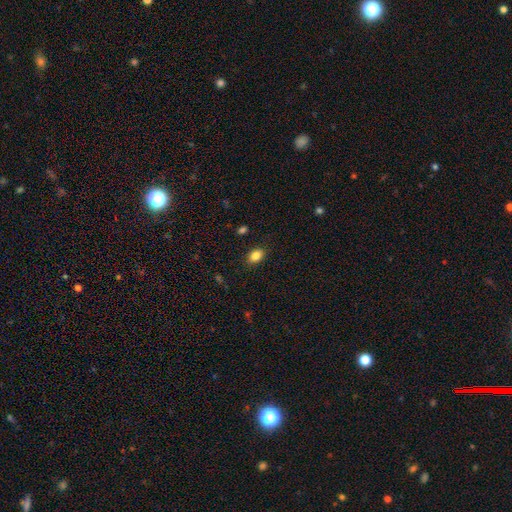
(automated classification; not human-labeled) Smooth or featured: smooth — 85% (star or artifact — 10%)
How rounded: in between — 79% (round — 20%)
Merging: none — 87% (minor disturbance — 9%)